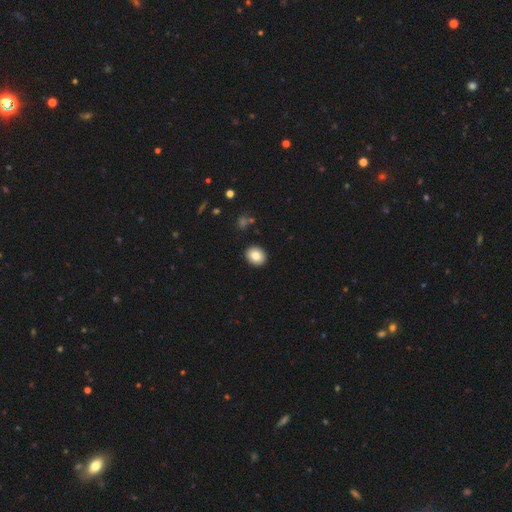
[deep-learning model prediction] smooth_or_featured: smooth (p=0.85) [alt: star or artifact p=0.08]
how_rounded: round (p=0.61) [alt: in between p=0.38]
merging: none (p=0.91) [alt: minor disturbance p=0.06]